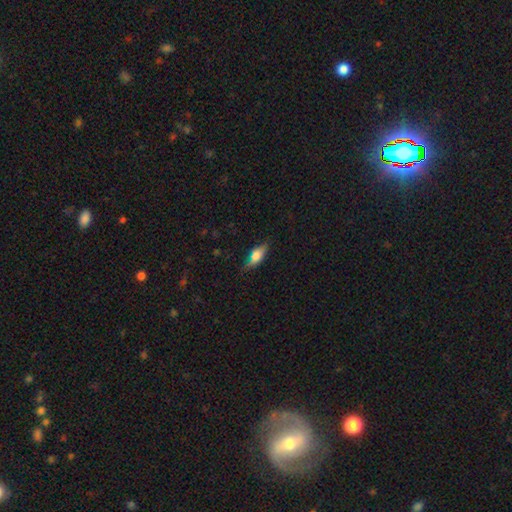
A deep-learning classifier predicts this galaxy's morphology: Smooth or featured? Predicted: smooth (p=0.63). How rounded? Predicted: in between (p=0.69). Merging? Predicted: none (p=0.72).